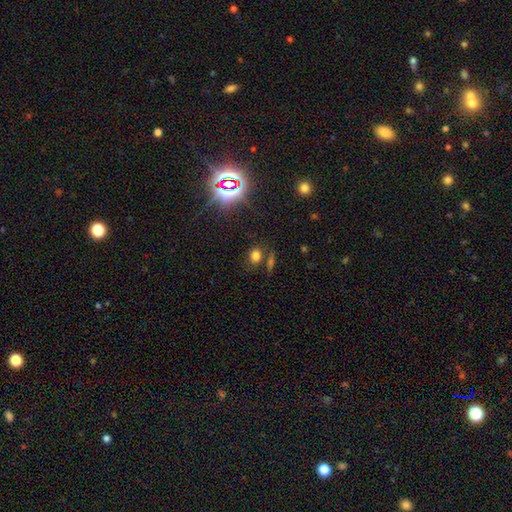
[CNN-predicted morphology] A smooth galaxy with no disk features (70%) that is in between round and cigar-shaped (50%).

Vote fractions:
- Smooth or featured? smooth: 70% / star or artifact: 22% / featured or disk: 7%
- How rounded? in between: 50% / round: 48% / cigar-shaped: 3%
- Merging? none: 71% / minor disturbance: 12% / merger: 12% / major disturbance: 5%